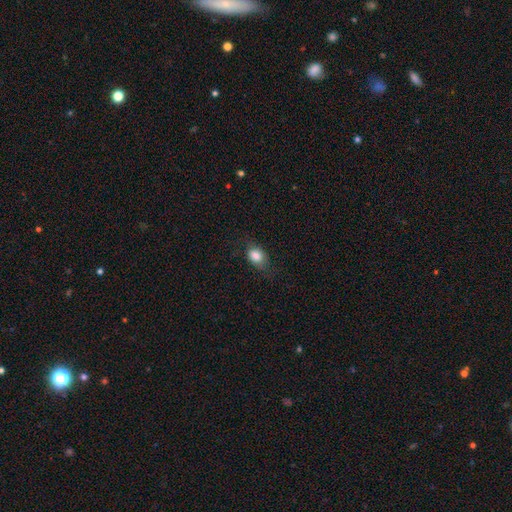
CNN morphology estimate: Smooth or featured: smooth — 83% (featured or disk — 9%)
How rounded: in between — 65% (round — 33%)
Merging: none — 71% (minor disturbance — 20%)